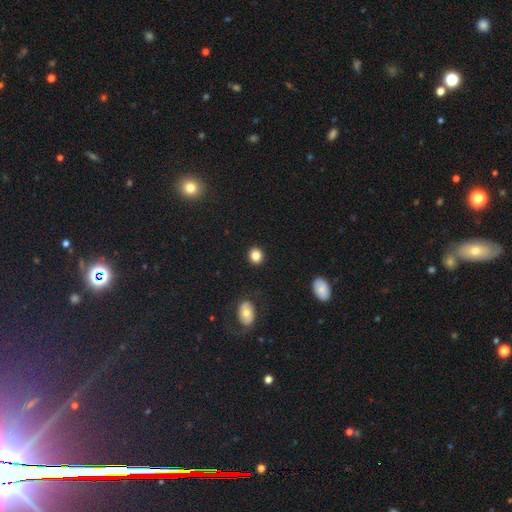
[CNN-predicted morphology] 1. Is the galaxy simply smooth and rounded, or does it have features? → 85% smooth, 10% star or artifact, 5% featured or disk.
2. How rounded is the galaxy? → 78% round, 21% in between, 1% cigar-shaped.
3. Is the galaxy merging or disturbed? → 90% none, 6% minor disturbance, 2% major disturbance, 2% merger.